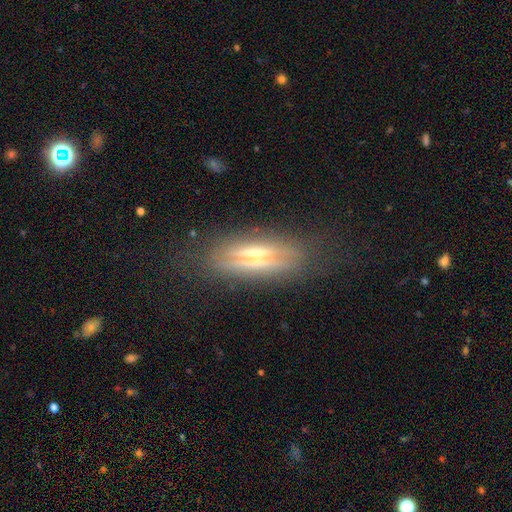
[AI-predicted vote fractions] Smooth or featured? featured or disk (62%)
Edge-on disk? yes (87%)
Edge-on bulge? rounded (78%)
Merging? none (74%)